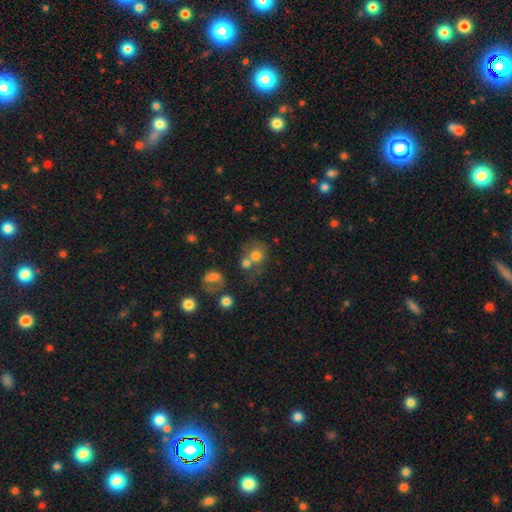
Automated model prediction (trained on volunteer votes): Morphology: type=smooth (70%); roundness=round (77%); merging=merger (47%).